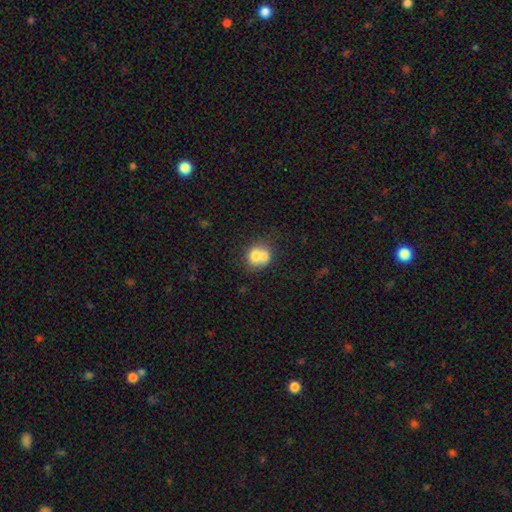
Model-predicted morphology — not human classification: A smooth galaxy with no disk features (69%) that is round (69%).

Vote fractions:
- Smooth or featured? smooth: 69% / featured or disk: 22% / star or artifact: 9%
- How rounded? round: 69% / in between: 30% / cigar-shaped: 1%
- Merging? merger: 61% / none: 28% / minor disturbance: 7% / major disturbance: 3%